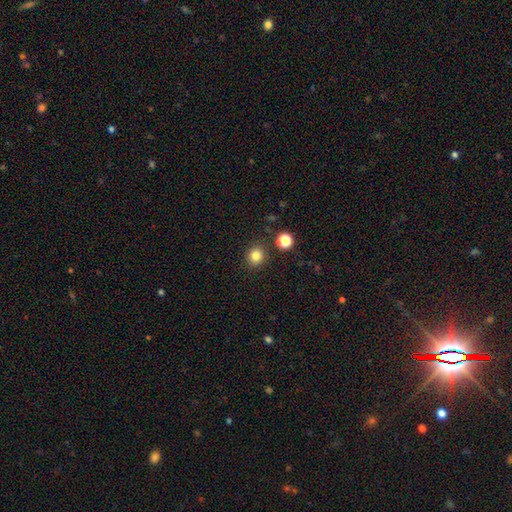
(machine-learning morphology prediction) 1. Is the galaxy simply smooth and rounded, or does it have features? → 82% smooth, 13% star or artifact, 5% featured or disk.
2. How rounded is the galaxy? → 84% round, 15% in between, 1% cigar-shaped.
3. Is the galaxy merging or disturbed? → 87% none, 7% minor disturbance, 3% merger, 2% major disturbance.